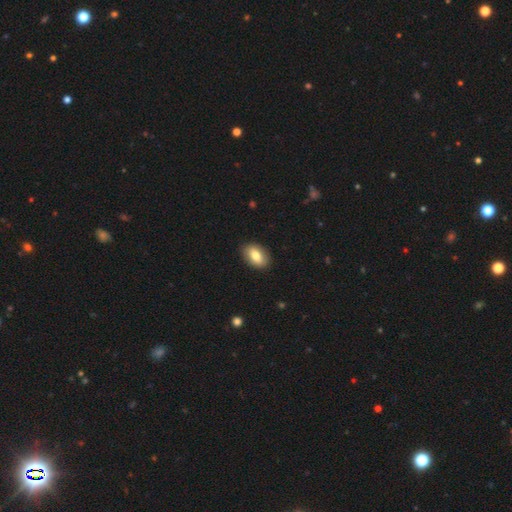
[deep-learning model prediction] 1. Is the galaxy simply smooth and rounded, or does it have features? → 78% smooth, 15% featured or disk, 7% star or artifact.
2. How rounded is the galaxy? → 89% in between, 9% round, 2% cigar-shaped.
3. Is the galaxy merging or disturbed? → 88% none, 9% minor disturbance, 2% major disturbance, 1% merger.